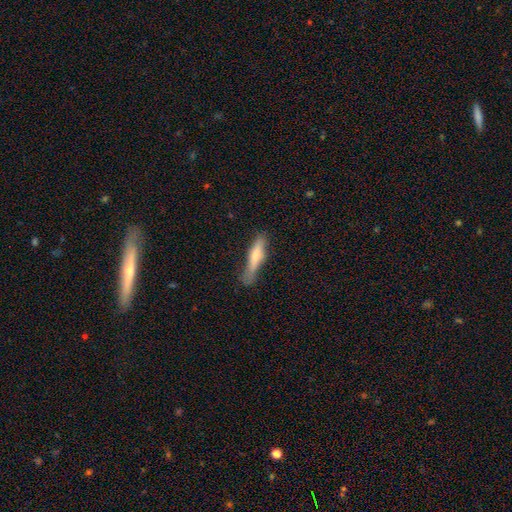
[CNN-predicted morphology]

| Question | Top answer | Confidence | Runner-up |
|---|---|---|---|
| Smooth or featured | smooth | 68% | featured or disk (26%) |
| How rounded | cigar-shaped | 80% | in between (18%) |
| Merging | none | 57% | minor disturbance (29%) |